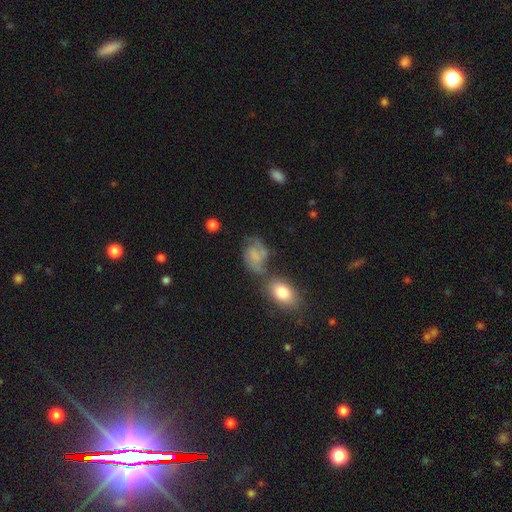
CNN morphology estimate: The model was most divided on "smooth or featured": featured or disk: 51%, smooth: 38%, star or artifact: 11%. Remaining: edge-on disk — no (97%); merging — none (41%).